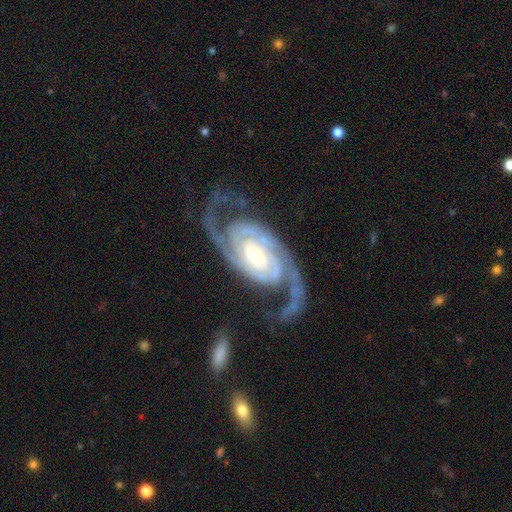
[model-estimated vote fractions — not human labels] smooth_or_featured: featured or disk (p=0.94) [alt: star or artifact p=0.04]
disk_edge_on: no (p=0.97) [alt: yes p=0.03]
bar: no (p=0.54) [alt: weak p=0.29]
has_spiral_arms: yes (p=0.99) [alt: no p=0.01]
spiral_winding: tight (p=0.54) [alt: medium p=0.37]
spiral_arm_count: 2 (p=0.84) [alt: 3 p=0.05]
bulge_size: moderate (p=0.46) [alt: small p=0.44]
merging: none (p=0.70) [alt: minor disturbance p=0.14]